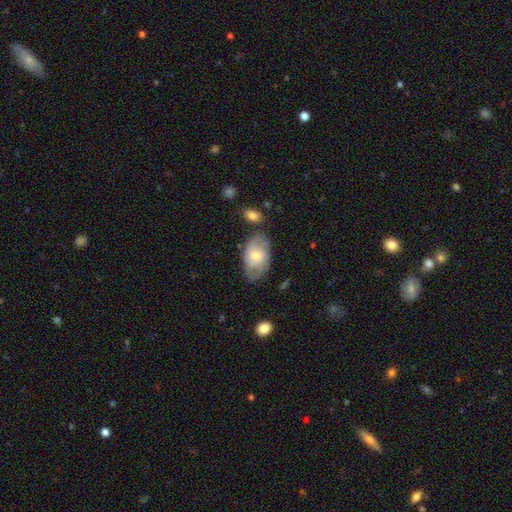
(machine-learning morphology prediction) smooth_or_featured: smooth (p=0.52) [alt: featured or disk p=0.41]
how_rounded: in between (p=0.88) [alt: round p=0.10]
merging: none (p=0.60) [alt: minor disturbance p=0.26]